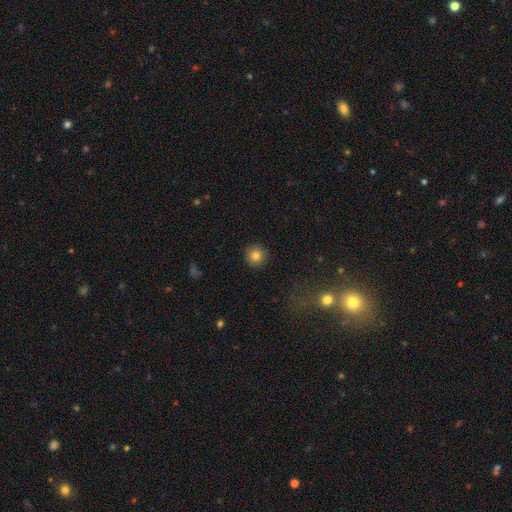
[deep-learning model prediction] A smooth galaxy with no disk features (81%) that is round (96%).

Vote fractions:
- Smooth or featured? smooth: 81% / star or artifact: 11% / featured or disk: 8%
- How rounded? round: 96% / in between: 3% / cigar-shaped: 1%
- Merging? none: 92% / minor disturbance: 5% / major disturbance: 2% / merger: 1%